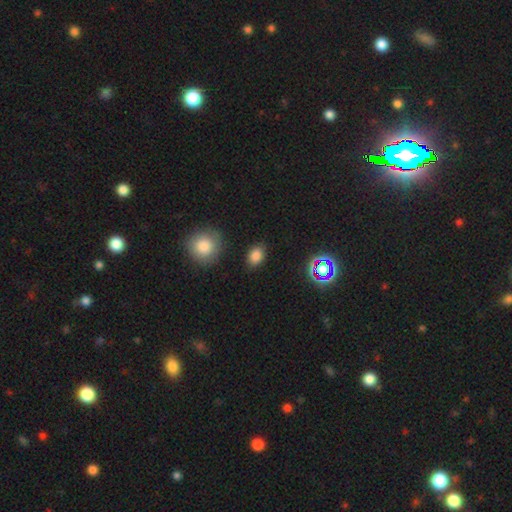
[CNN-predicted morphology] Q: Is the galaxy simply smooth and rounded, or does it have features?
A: smooth — 82%.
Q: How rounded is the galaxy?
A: in between — 74%.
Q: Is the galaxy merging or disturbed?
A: none — 85%.